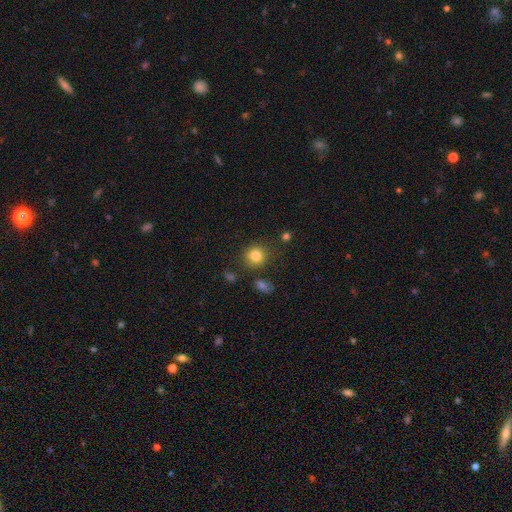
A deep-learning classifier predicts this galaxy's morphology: Overall: smooth (82%). How rounded: round (86%). Merging: none (81%).